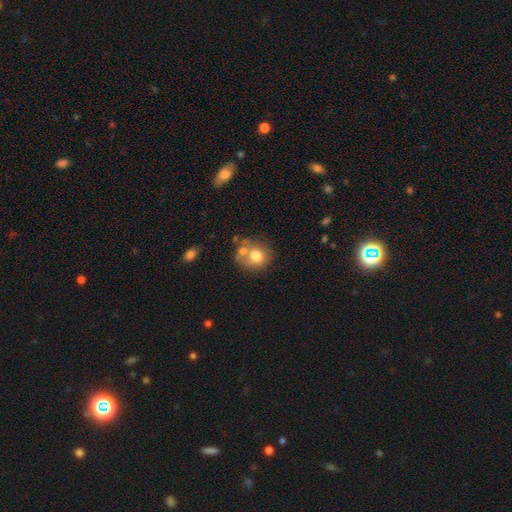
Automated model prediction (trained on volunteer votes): The model was most divided on "merging": none: 47%, merger: 31%, minor disturbance: 15%, major disturbance: 7%. More confident: how rounded — round (78%); smooth or featured — smooth (70%).